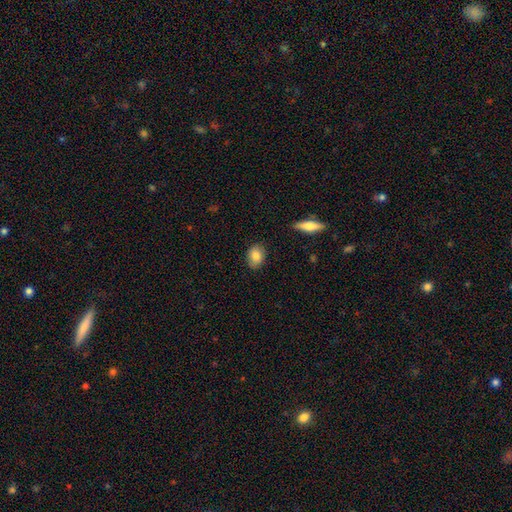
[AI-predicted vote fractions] Q: Smooth or featured?
A: smooth (84%); runner-up: featured or disk (9%)
Q: How rounded?
A: in between (66%); runner-up: round (32%)
Q: Merging?
A: none (86%); runner-up: minor disturbance (11%)